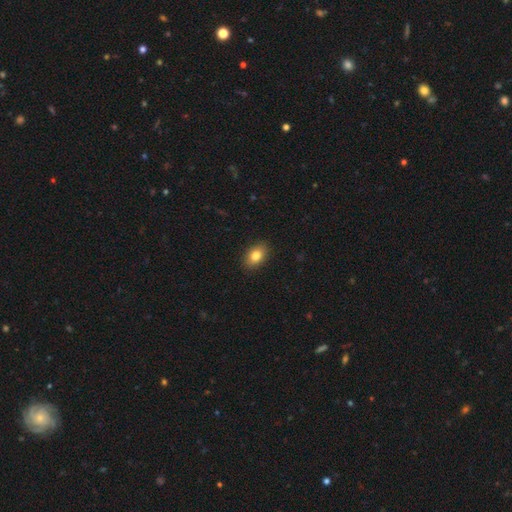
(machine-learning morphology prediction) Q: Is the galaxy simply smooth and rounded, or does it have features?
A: smooth — 82%.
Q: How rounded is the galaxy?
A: in between — 83%.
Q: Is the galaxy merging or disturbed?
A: none — 89%.